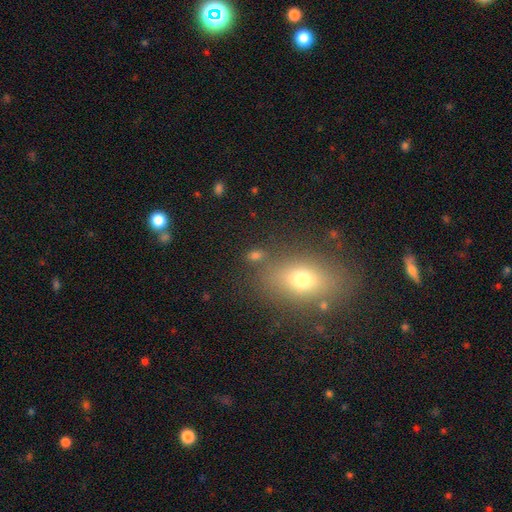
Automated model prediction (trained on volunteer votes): Morphology: type=smooth (67%); roundness=in between (65%); merging=none (70%).